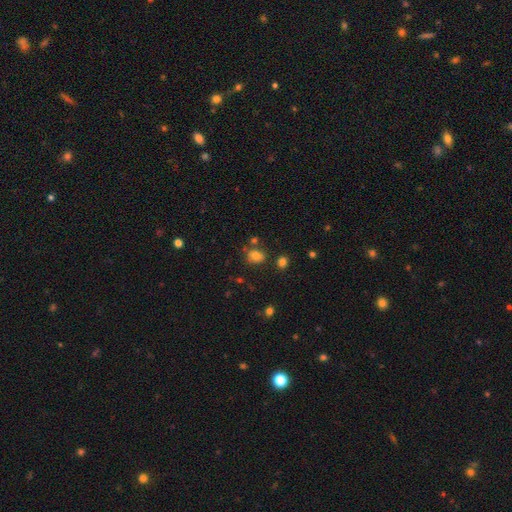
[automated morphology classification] Smooth or featured? Predicted: smooth (p=0.77). How rounded? Predicted: round (p=0.52). Merging? Predicted: none (p=0.73).